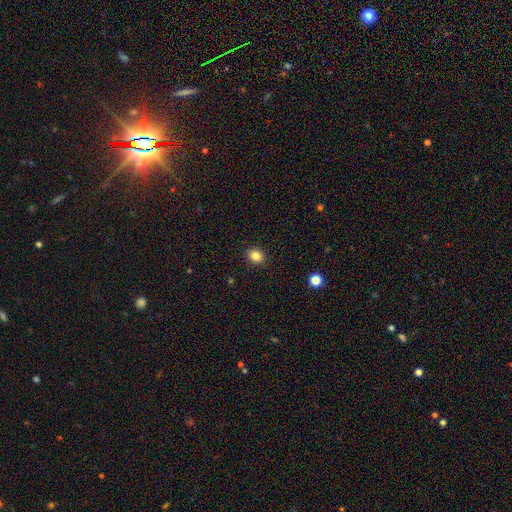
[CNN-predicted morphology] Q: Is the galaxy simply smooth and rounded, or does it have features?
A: smooth — 84%.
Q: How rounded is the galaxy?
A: round — 62%.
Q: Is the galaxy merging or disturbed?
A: none — 91%.